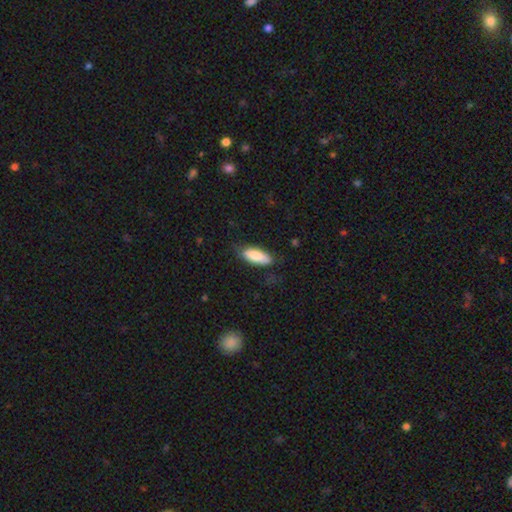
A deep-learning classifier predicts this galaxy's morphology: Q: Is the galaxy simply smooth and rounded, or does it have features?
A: smooth — 82%.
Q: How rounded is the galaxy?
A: in between — 75%.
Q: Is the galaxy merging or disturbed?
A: none — 73%.